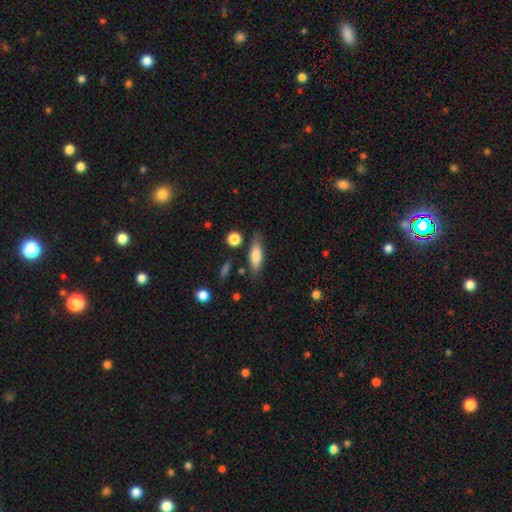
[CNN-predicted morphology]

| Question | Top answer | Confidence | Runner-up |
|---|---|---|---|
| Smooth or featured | smooth | 70% | featured or disk (23%) |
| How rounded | in between | 58% | cigar-shaped (39%) |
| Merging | none | 78% | minor disturbance (15%) |